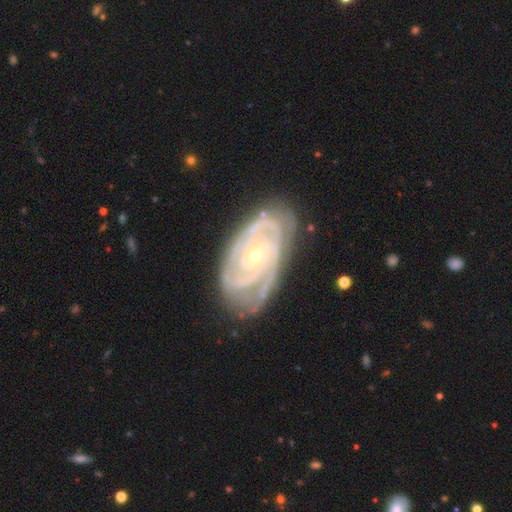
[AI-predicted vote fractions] smooth-or-featured: featured or disk: 91% | star or artifact: 5% | smooth: 4%
  disk-edge-on: no: 96% | yes: 4%
    bar: no: 54% | weak: 32% | strong: 14%
    has-spiral-arms: yes: 98% | no: 2%
      spiral-winding: tight: 75% | medium: 22% | loose: 3%
      spiral-arm-count: 2: 33% | 3: 30% | can't tell: 14% | 4: 13% | more than 4: 6% | 1: 5%
    bulge-size: small: 77% | moderate: 20% | none: 1% | large: 1% | dominant: 1%
  merging: none: 74% | minor disturbance: 19% | major disturbance: 5% | merger: 2%